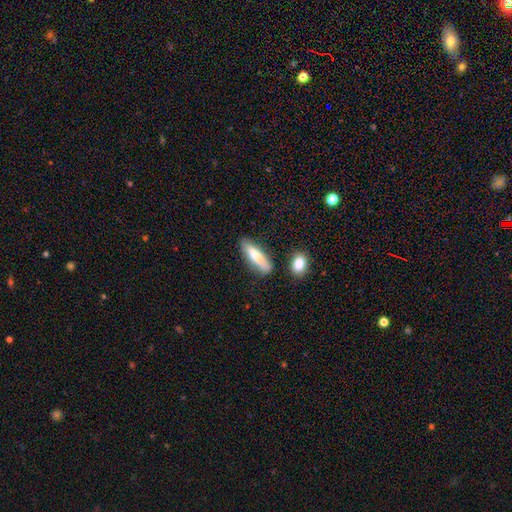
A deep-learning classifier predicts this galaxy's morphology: Smooth or featured? Predicted: smooth (p=0.74). How rounded? Predicted: cigar-shaped (p=0.63). Merging? Predicted: none (p=0.75).